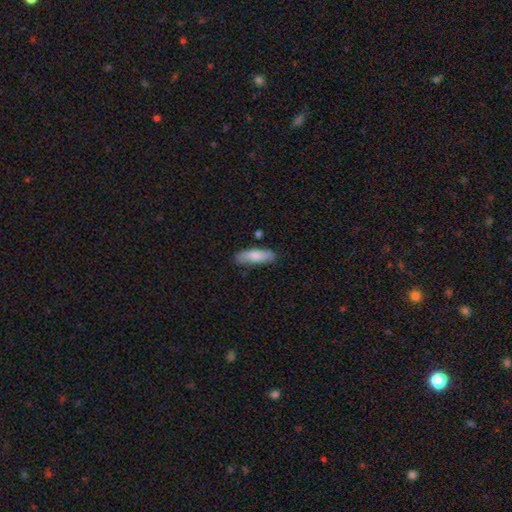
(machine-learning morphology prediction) Smooth or featured?
  - smooth: 79% *
  - featured or disk: 16%
  - star or artifact: 6%
How rounded?
  - in between: 53% *
  - cigar-shaped: 45%
  - round: 2%
Merging?
  - none: 81% *
  - minor disturbance: 14%
  - major disturbance: 3%
  - merger: 3%